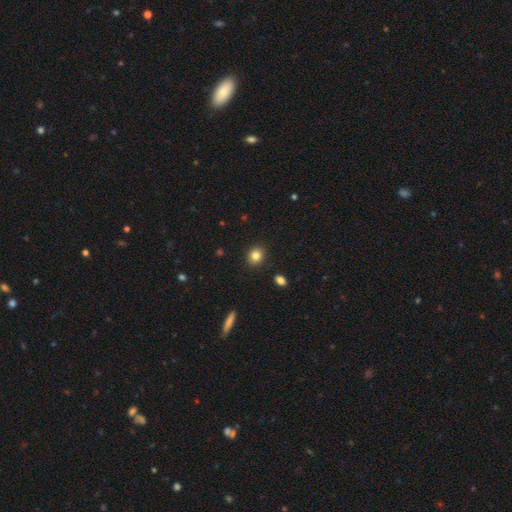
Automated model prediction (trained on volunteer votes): A smooth galaxy with no disk features (83%) that is round (80%).

Vote fractions:
- Smooth or featured? smooth: 83% / star or artifact: 11% / featured or disk: 7%
- How rounded? round: 80% / in between: 19% / cigar-shaped: 1%
- Merging? none: 91% / minor disturbance: 6% / major disturbance: 2% / merger: 1%